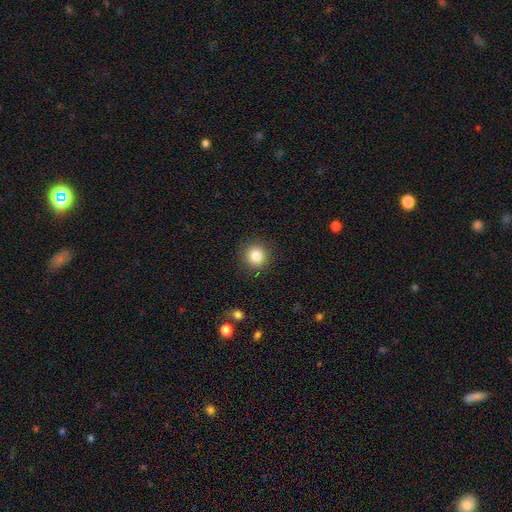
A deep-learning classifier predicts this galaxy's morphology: A smooth galaxy with no disk features (84%) that is round (93%). Merging: none (90%).